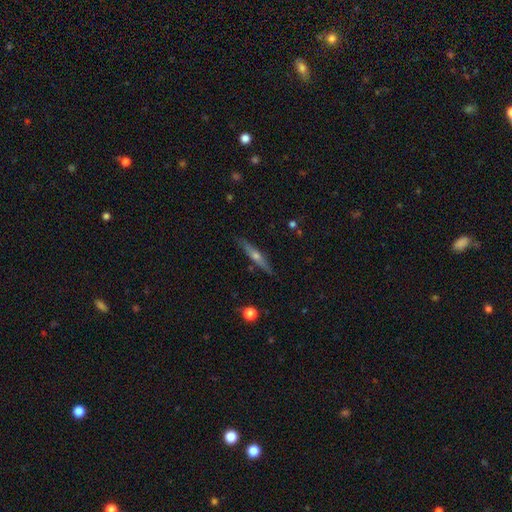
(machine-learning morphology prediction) Smooth or featured? featured or disk (70%)
Edge-on disk? yes (96%)
Edge-on bulge? rounded (86%)
Merging? none (88%)